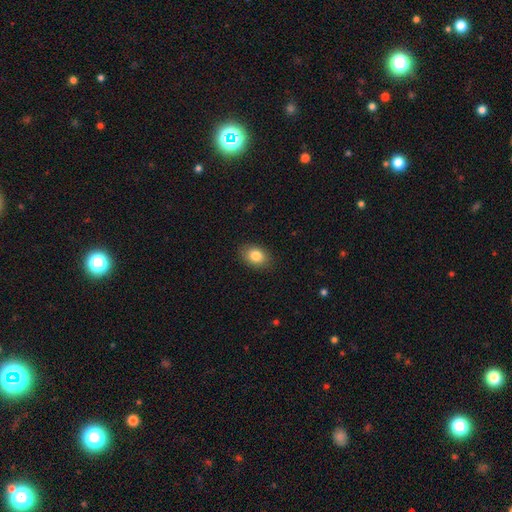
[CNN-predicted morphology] smooth_or_featured: smooth (p=0.83) [alt: featured or disk p=0.09]
how_rounded: in between (p=0.77) [alt: round p=0.22]
merging: none (p=0.86) [alt: minor disturbance p=0.10]